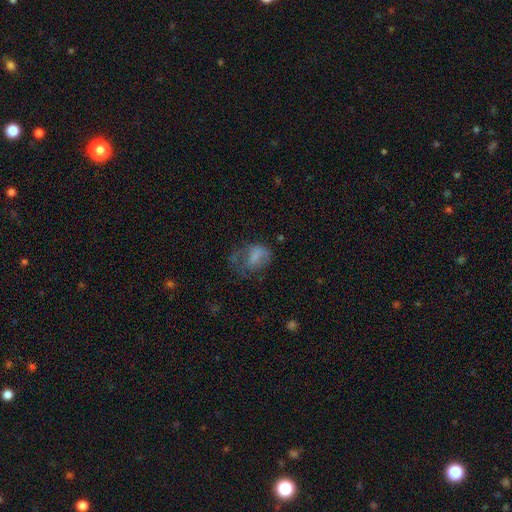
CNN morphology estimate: Smooth or featured: smooth — 62% (featured or disk — 26%)
How rounded: in between — 75% (round — 23%)
Merging: major disturbance — 45% (none — 28%)